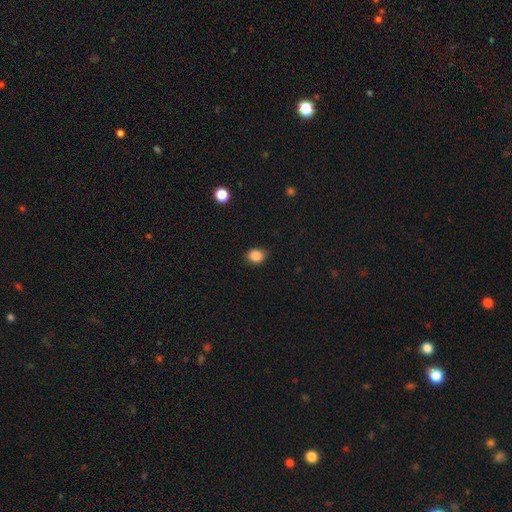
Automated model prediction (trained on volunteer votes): This is clearly a smooth galaxy (87%). How rounded: possibly round (50%). Merging: clearly none (87%).